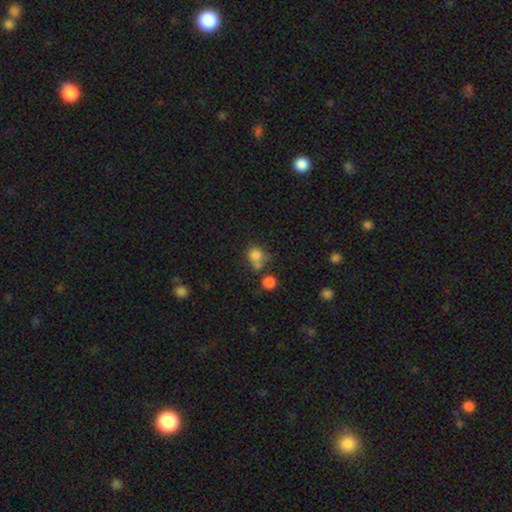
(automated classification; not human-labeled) Smooth or featured? smooth (78%)
How rounded? round (76%)
Merging? none (43%)